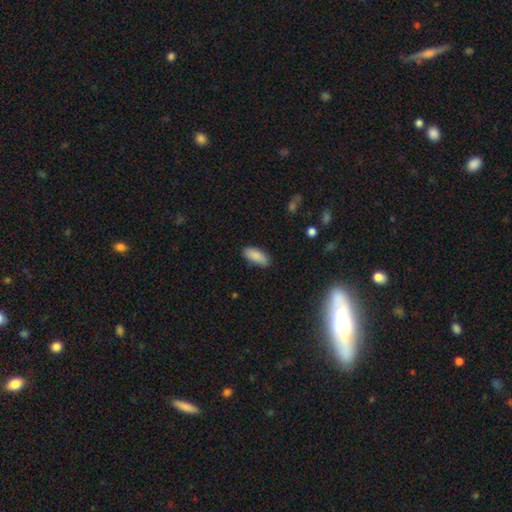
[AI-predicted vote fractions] The model was most divided on "how rounded": in between: 78%, cigar-shaped: 20%, round: 2%. More confident: smooth or featured — smooth (87%); merging — none (81%).